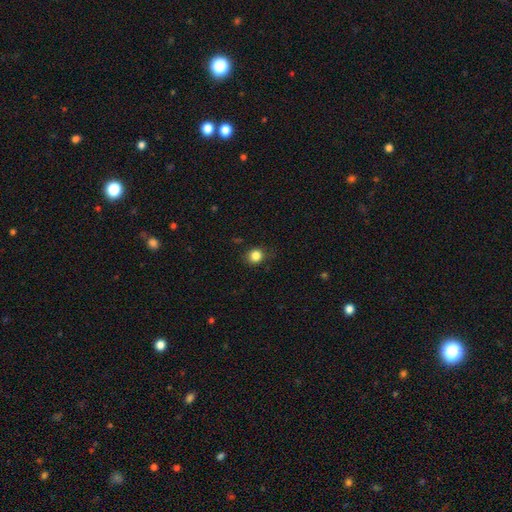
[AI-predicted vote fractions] Smooth or featured?
  - smooth: 84% *
  - star or artifact: 12%
  - featured or disk: 5%
How rounded?
  - round: 83% *
  - in between: 16%
  - cigar-shaped: 1%
Merging?
  - none: 83% *
  - minor disturbance: 13%
  - major disturbance: 3%
  - merger: 1%